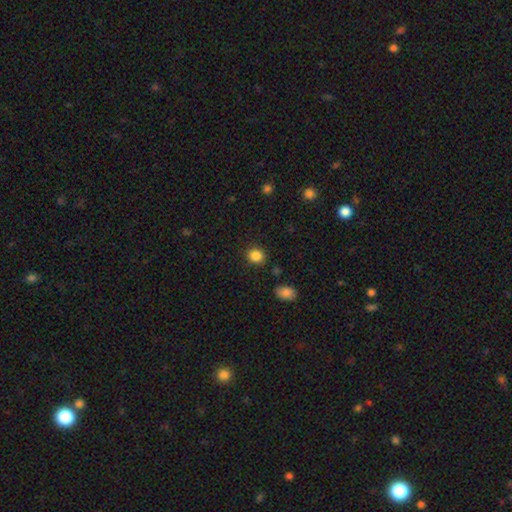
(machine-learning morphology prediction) smooth 86%, star or artifact 10%, featured or disk 4%. Down the decision tree: how rounded — round (71%); merging — none (86%).